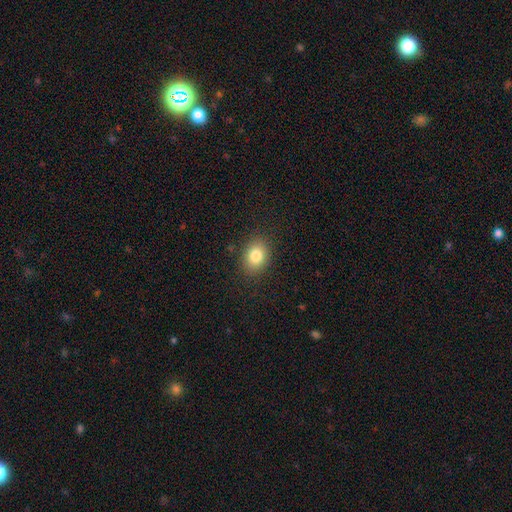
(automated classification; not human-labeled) smooth 81%, star or artifact 10%, featured or disk 8%. Down the decision tree: how rounded — in between (62%); merging — none (86%).